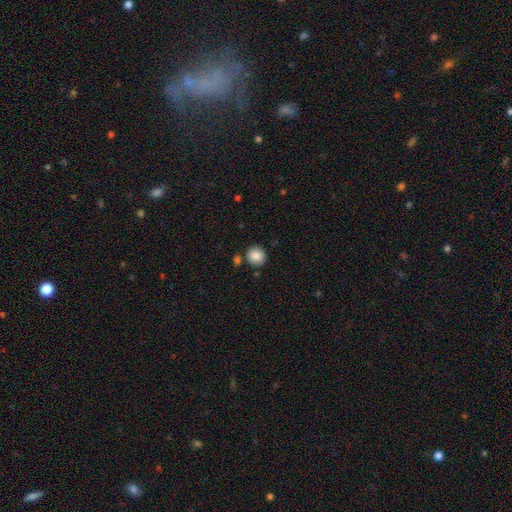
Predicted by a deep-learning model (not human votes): Smooth or featured? smooth (86%)
How rounded? round (86%)
Merging? none (82%)